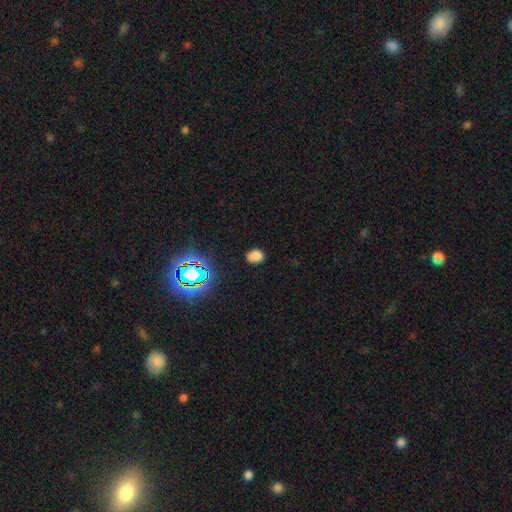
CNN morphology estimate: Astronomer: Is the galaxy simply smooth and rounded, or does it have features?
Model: smooth — 73%.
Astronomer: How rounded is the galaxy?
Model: in between — 52% (runner-up: round, 47%).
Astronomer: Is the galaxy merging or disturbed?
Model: none — 77%.